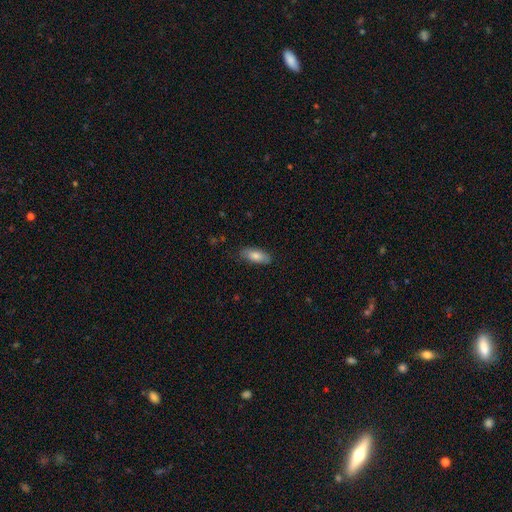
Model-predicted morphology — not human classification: A smooth galaxy with no disk features (81%) that is in between round and cigar-shaped (77%).

Vote fractions:
- Smooth or featured? smooth: 81% / featured or disk: 13% / star or artifact: 6%
- How rounded? in between: 77% / cigar-shaped: 21% / round: 2%
- Merging? none: 82% / minor disturbance: 14% / major disturbance: 3% / merger: 1%